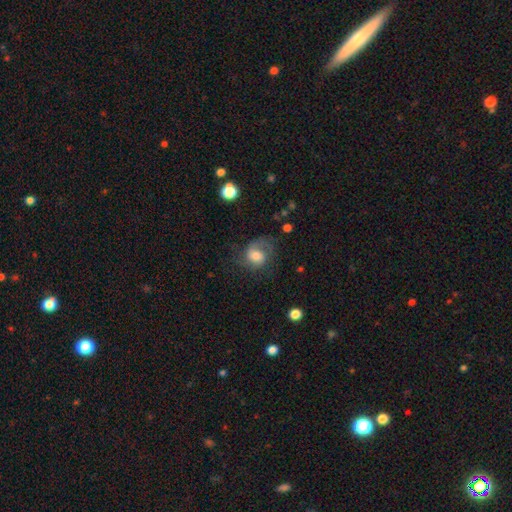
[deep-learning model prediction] Overall: featured or disk (52%; smooth 39%). Edge-on disk: no (97%). Bar: no (59%; weak 35%). Spiral arms: yes (87%). Bulge size: moderate (51%; large 24%). Merging: none (52%; major disturbance 25%).